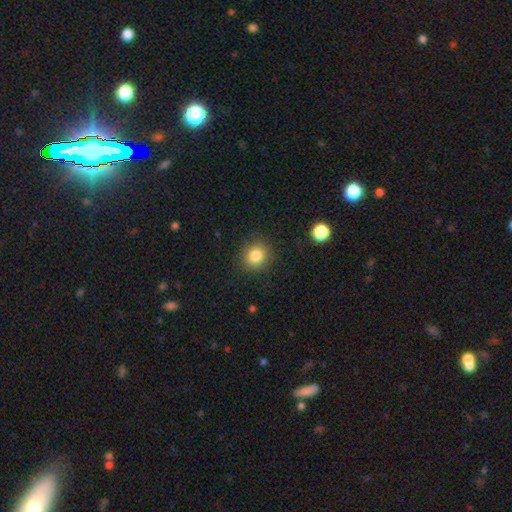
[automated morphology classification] This appears to be a smooth galaxy with no disk features (83%) that is round (80%). Merging: none (87%).